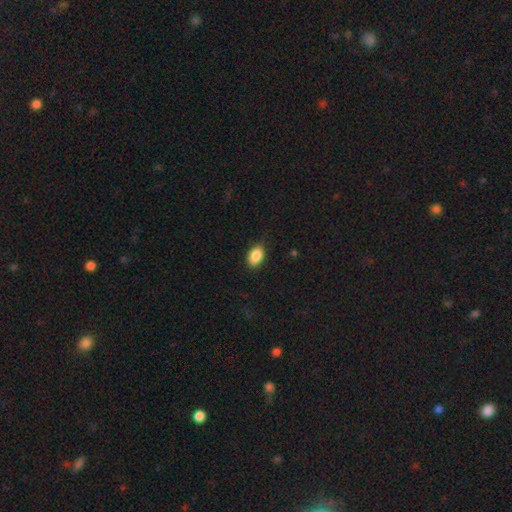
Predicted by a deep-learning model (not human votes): smooth-or-featured: smooth: 88% | star or artifact: 7% | featured or disk: 4%
  how-rounded: in between: 89% | round: 10% | cigar-shaped: 1%
  merging: none: 85% | minor disturbance: 12% | major disturbance: 2% | merger: 1%